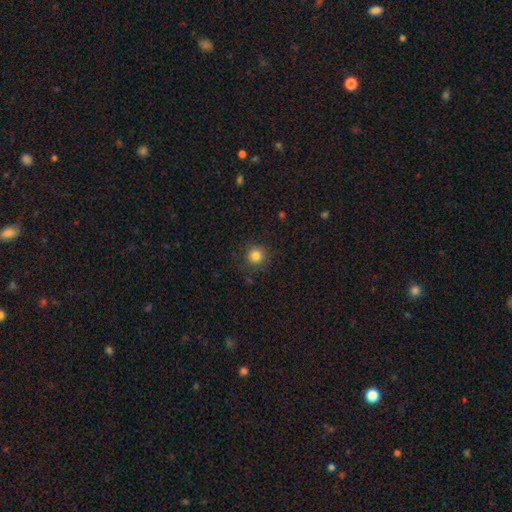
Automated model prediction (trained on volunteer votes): Smooth or featured? Predicted: smooth (p=0.83). How rounded? Predicted: round (p=0.94). Merging? Predicted: none (p=0.86).